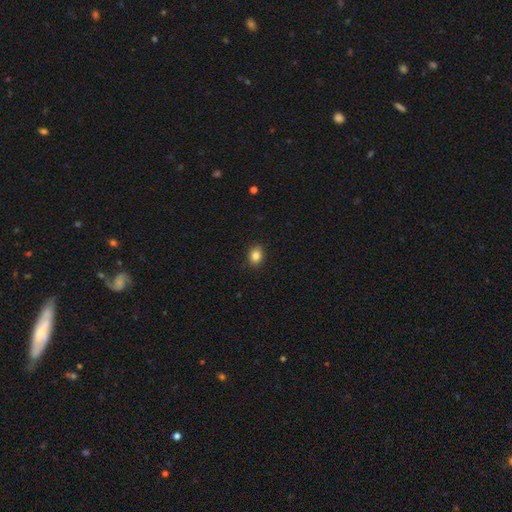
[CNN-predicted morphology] Overall: smooth (84%). How rounded: in between (50%; round 49%). Merging: none (89%).